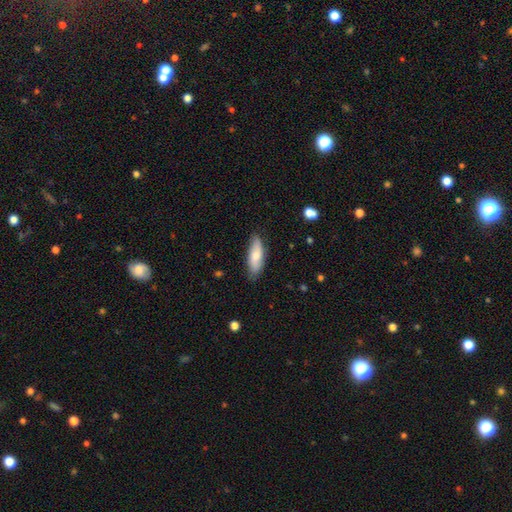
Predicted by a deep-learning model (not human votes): Smooth or featured? smooth (72%)
How rounded? in between (62%)
Merging? none (79%)